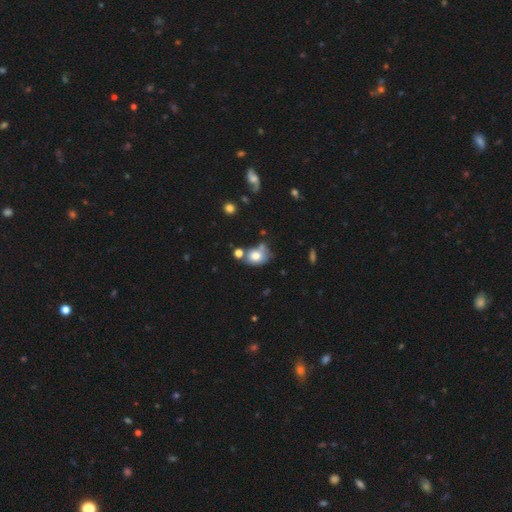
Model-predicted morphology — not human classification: A smooth galaxy with no disk features (73%) that is in between round and cigar-shaped (58%). Merging: none (41%).